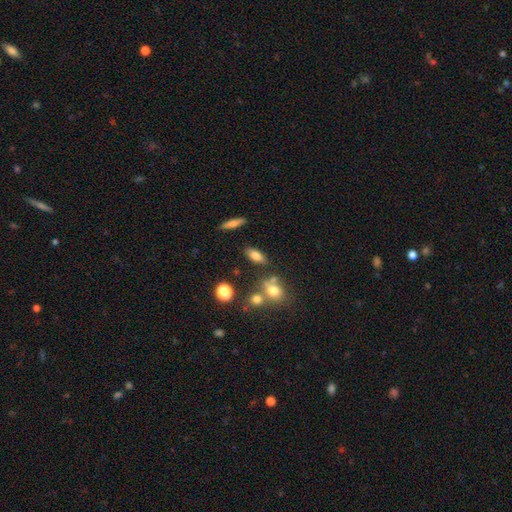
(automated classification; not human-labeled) smooth 73%, featured or disk 16%, star or artifact 12%. Down the decision tree: how rounded — in between (75%); merging — none (73%).